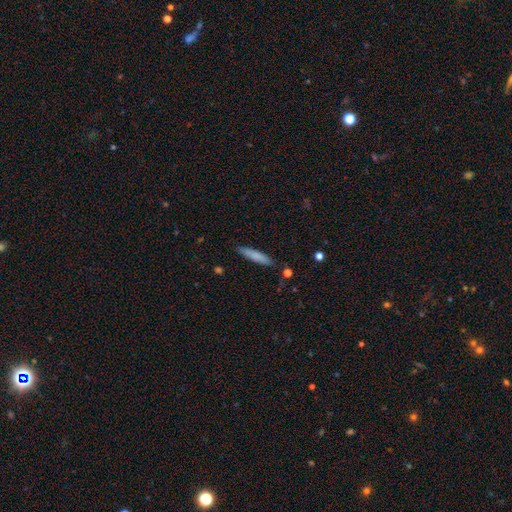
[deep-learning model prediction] Smooth or featured? Predicted: smooth (p=0.79). How rounded? Predicted: cigar-shaped (p=0.87). Merging? Predicted: none (p=0.86).